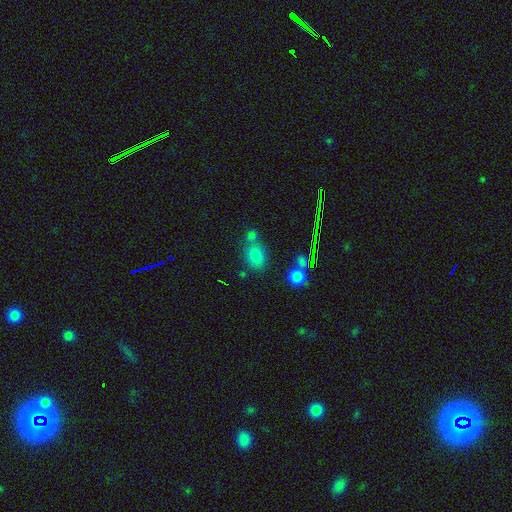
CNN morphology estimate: This appears to be a smooth galaxy with no disk features (74%) that is in between round and cigar-shaped (53%). Merging: none (64%).